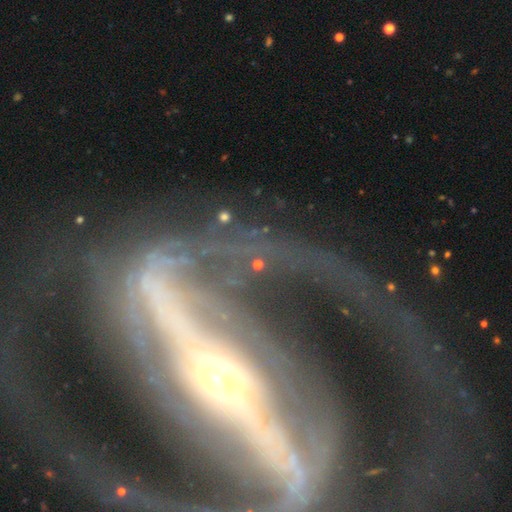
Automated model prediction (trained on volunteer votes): Smooth or featured: featured or disk — 91% (star or artifact — 5%)
Edge-on disk: no — 88% (yes — 12%)
Bar: strong — 82% (weak — 10%)
Spiral arms: yes — 89% (no — 11%)
Spiral winding: medium — 43% (loose — 32%)
Spiral arm count: 2 — 79% (can't tell — 7%)
Bulge size: small — 56% (moderate — 35%)
Merging: none — 52% (major disturbance — 30%)